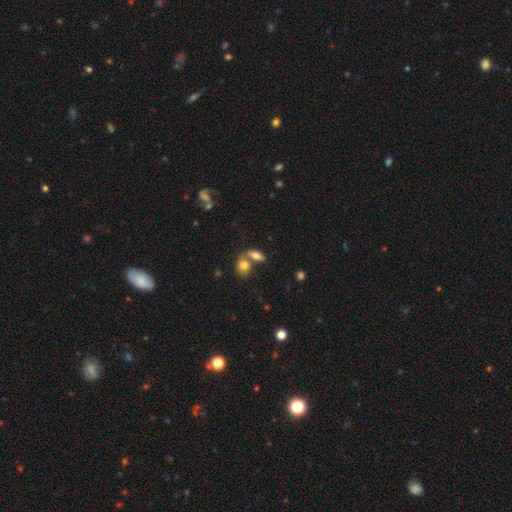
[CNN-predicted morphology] A smooth galaxy with no disk features (75%) that is in between round and cigar-shaped (77%). Merging: merger (46%).